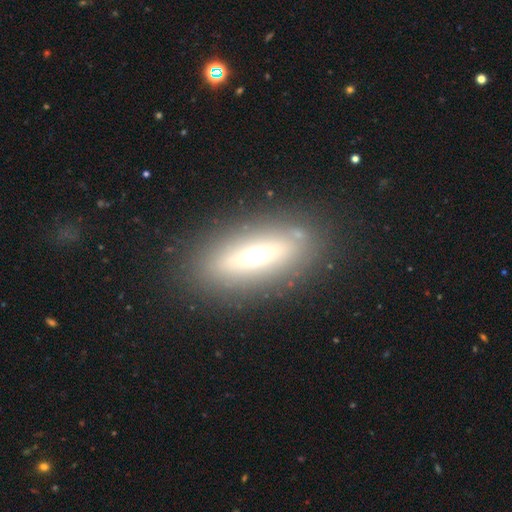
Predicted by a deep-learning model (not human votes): The model was most divided on "smooth or featured": featured or disk: 47%, smooth: 42%, star or artifact: 11%. More confident: merging — none (83%).